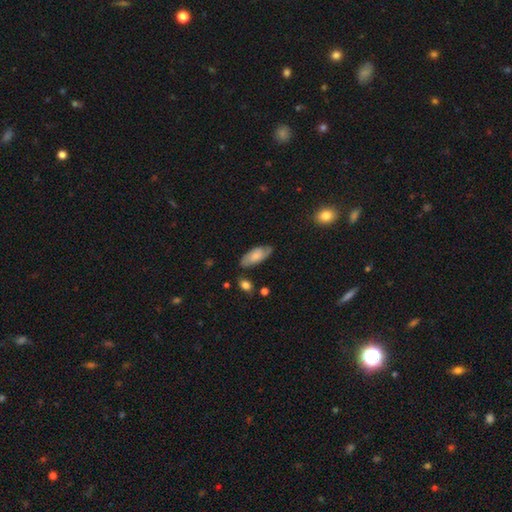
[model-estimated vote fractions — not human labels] The model was most divided on "smooth or featured": smooth: 50%, featured or disk: 43%, star or artifact: 7%. More confident: merging — none (73%).